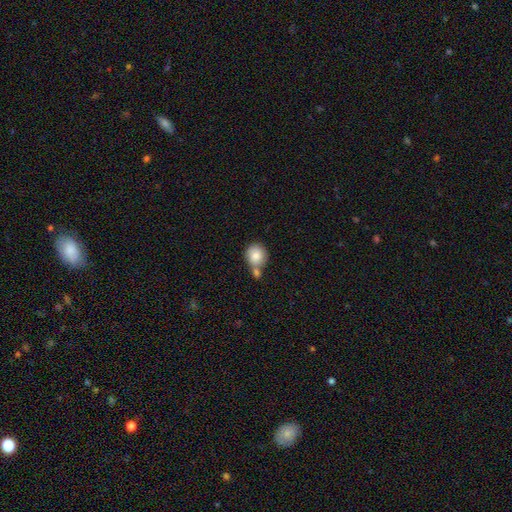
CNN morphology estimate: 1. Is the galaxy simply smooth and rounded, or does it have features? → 83% smooth, 9% featured or disk, 8% star or artifact.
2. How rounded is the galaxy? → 84% round, 15% in between, 1% cigar-shaped.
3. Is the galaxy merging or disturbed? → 47% none, 38% merger, 11% minor disturbance, 3% major disturbance.